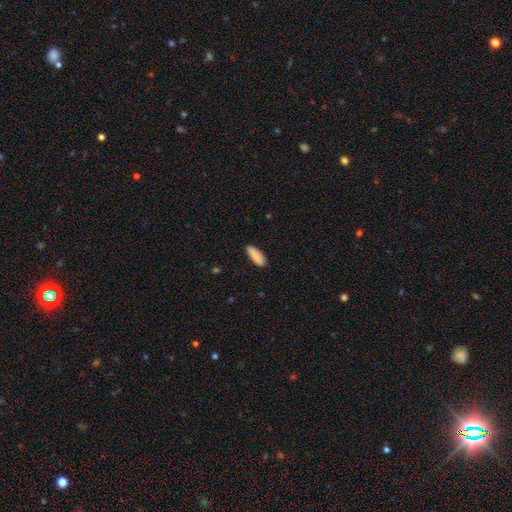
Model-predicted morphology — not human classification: Q: Smooth or featured?
A: smooth (87%); runner-up: featured or disk (7%)
Q: How rounded?
A: in between (66%); runner-up: cigar-shaped (32%)
Q: Merging?
A: none (86%); runner-up: minor disturbance (11%)